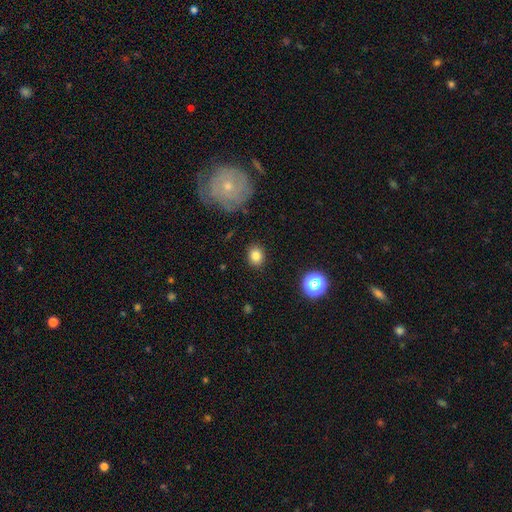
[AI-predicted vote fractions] Smooth or featured?
  - smooth: 83% *
  - star or artifact: 11%
  - featured or disk: 7%
How rounded?
  - round: 61% *
  - in between: 38%
  - cigar-shaped: 1%
Merging?
  - none: 87% *
  - minor disturbance: 9%
  - major disturbance: 3%
  - merger: 2%